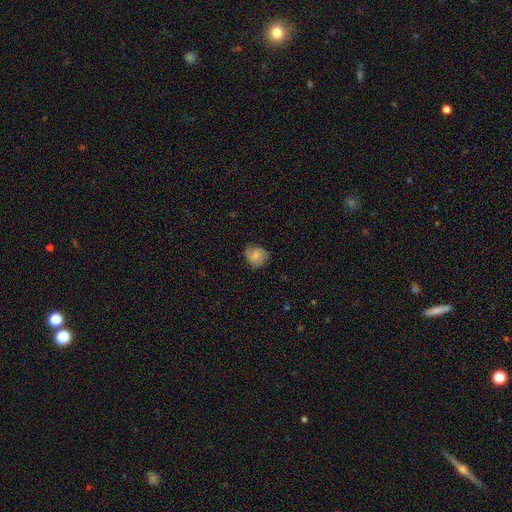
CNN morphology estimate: This is likely a smooth galaxy (74%). How rounded: likely round (75%). Merging: likely none (71%).